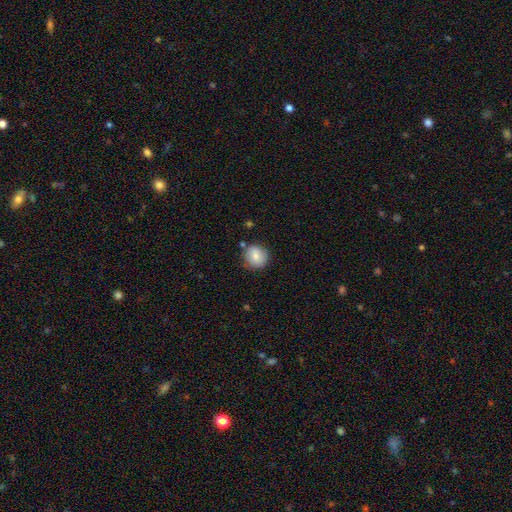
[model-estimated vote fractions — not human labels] smooth 80%, featured or disk 12%, star or artifact 8%. Down the decision tree: how rounded — round (89%); merging — none (80%).